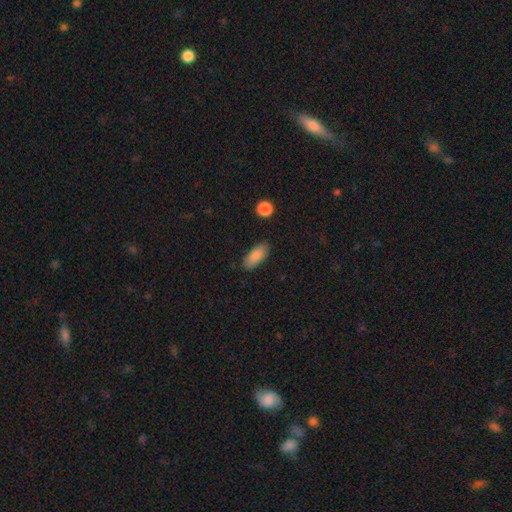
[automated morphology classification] This appears to be a smooth galaxy with no disk features (86%) that is in between round and cigar-shaped (86%). Merging: none (84%).